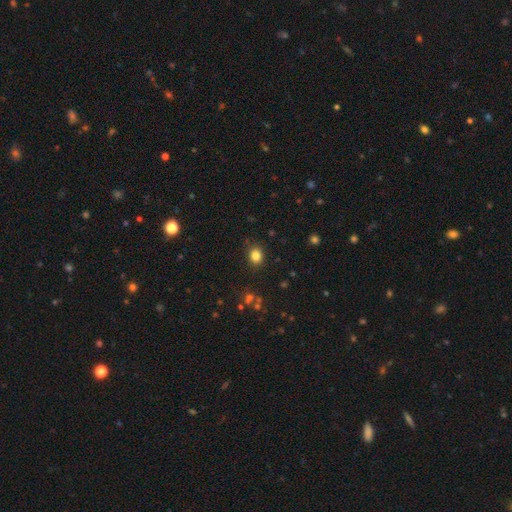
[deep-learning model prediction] Smooth or featured? Predicted: smooth (p=0.83). How rounded? Predicted: round (p=0.60). Merging? Predicted: none (p=0.87).